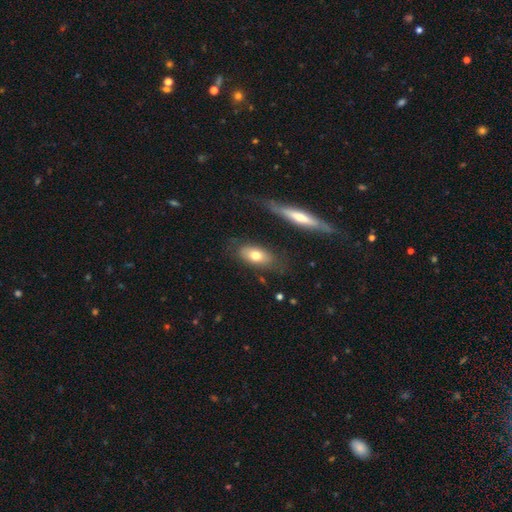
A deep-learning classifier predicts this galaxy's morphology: Q: Smooth or featured?
A: smooth (66%); runner-up: featured or disk (27%)
Q: How rounded?
A: in between (85%); runner-up: cigar-shaped (10%)
Q: Merging?
A: none (70%); runner-up: minor disturbance (17%)